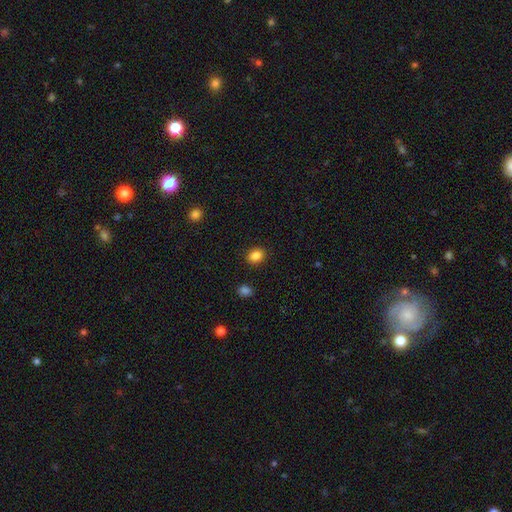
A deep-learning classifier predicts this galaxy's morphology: Smooth or featured?
  - smooth: 86% *
  - star or artifact: 10%
  - featured or disk: 4%
How rounded?
  - in between: 59% *
  - round: 40%
  - cigar-shaped: 1%
Merging?
  - none: 88% *
  - minor disturbance: 8%
  - major disturbance: 2%
  - merger: 2%